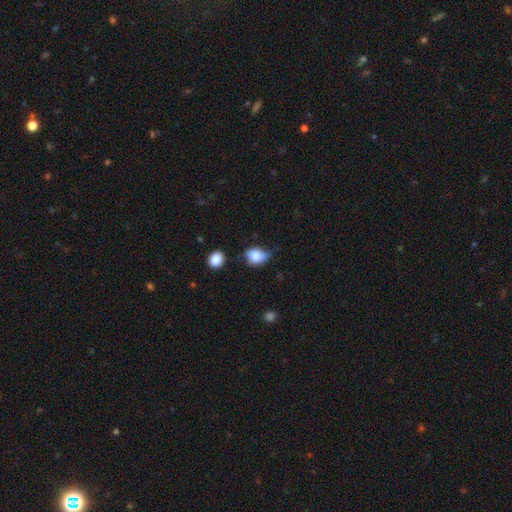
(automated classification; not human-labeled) Overall: smooth (82%). How rounded: in between (57%; round 41%). Merging: minor disturbance (45%; none 35%).